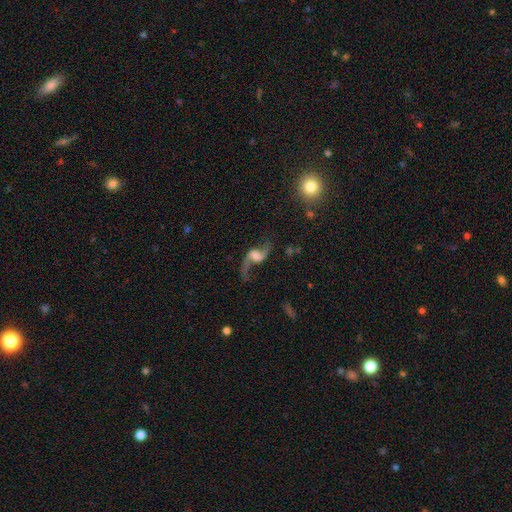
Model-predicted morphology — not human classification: Smooth or featured? featured or disk (87%)
Edge-on disk? no (96%)
Bar? no (44%)
Spiral arms? yes (96%)
Spiral winding? loose (89%)
Spiral arm count? 2 (93%)
Bulge size? none (33%)
Merging? none (70%)